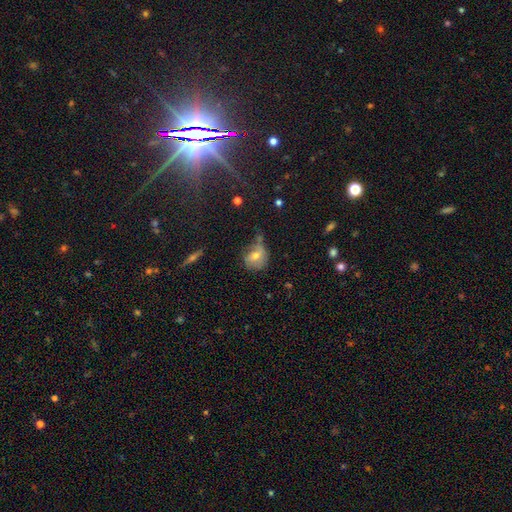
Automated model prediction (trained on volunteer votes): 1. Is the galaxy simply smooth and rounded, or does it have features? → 55% smooth, 31% featured or disk, 14% star or artifact.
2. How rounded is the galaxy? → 63% round, 35% in between, 2% cigar-shaped.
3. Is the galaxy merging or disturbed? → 43% none, 32% minor disturbance, 17% major disturbance, 8% merger.